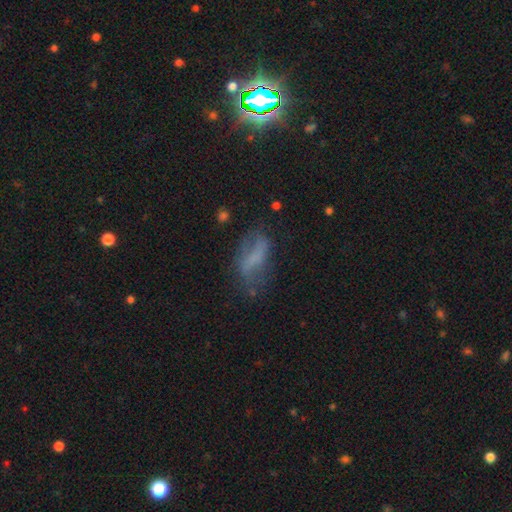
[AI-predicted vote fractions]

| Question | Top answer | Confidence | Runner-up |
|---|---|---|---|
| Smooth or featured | smooth | 47% | featured or disk (40%) |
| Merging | none | 47% | minor disturbance (27%) |